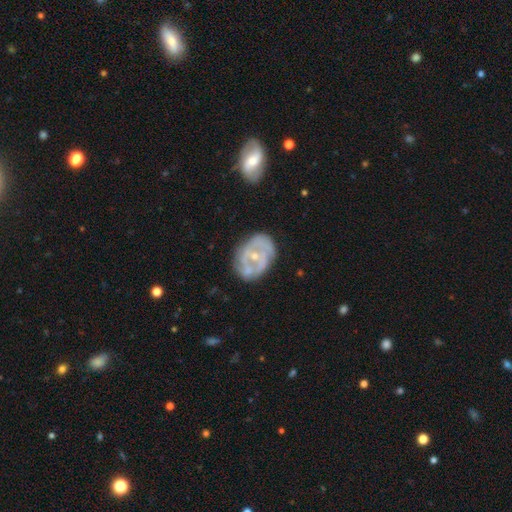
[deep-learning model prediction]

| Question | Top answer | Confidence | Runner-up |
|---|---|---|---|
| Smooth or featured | featured or disk | 76% | smooth (18%) |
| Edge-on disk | no | 97% | yes (3%) |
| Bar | no | 57% | weak (31%) |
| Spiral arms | yes | 69% | no (31%) |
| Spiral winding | tight | 46% | medium (37%) |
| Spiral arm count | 2 | 45% | can't tell (32%) |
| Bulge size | small | 62% | moderate (34%) |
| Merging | none | 65% | minor disturbance (22%) |